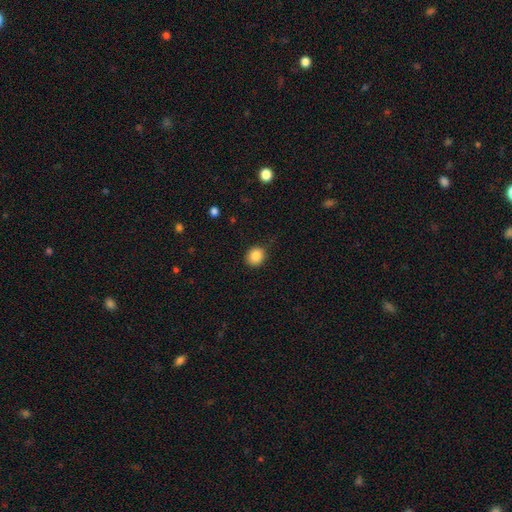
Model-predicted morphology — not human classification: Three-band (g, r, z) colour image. It shows a smooth galaxy with no disk features (86%) that is round (80%). Merging: none (84%).